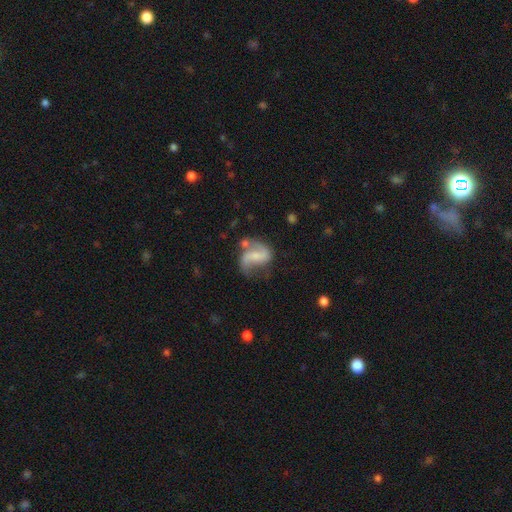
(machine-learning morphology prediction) A featured or disk galaxy (75%) with a weak bar (43%), 2 (86%) loose (52%) spiral arms (91%) and a small central bulge (42%). Merging: none (50%).